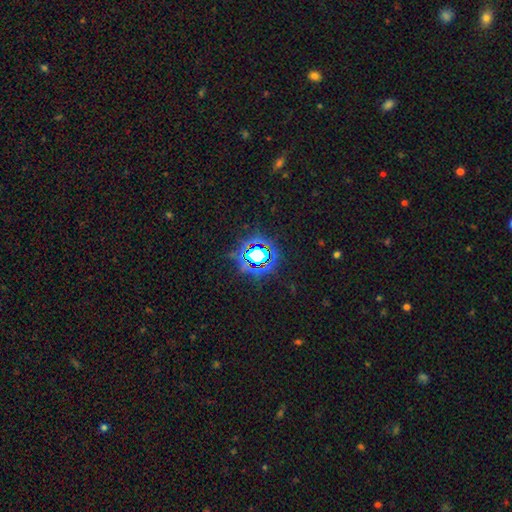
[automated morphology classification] smooth-or-featured: star or artifact: 73% | smooth: 16% | featured or disk: 11%